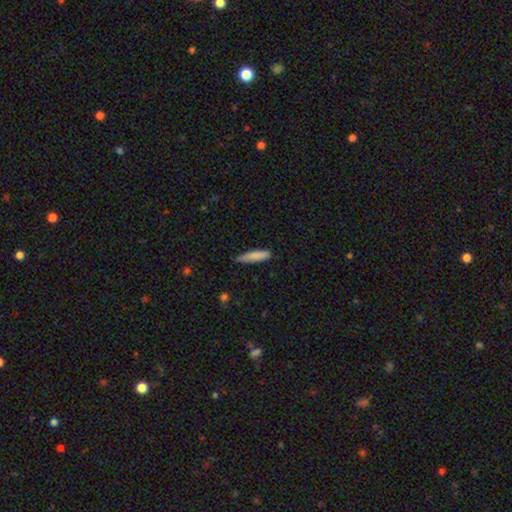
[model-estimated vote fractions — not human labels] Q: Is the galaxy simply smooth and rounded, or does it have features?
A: smooth — 83%.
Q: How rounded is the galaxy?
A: cigar-shaped — 82%.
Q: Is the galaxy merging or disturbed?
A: none — 73%.